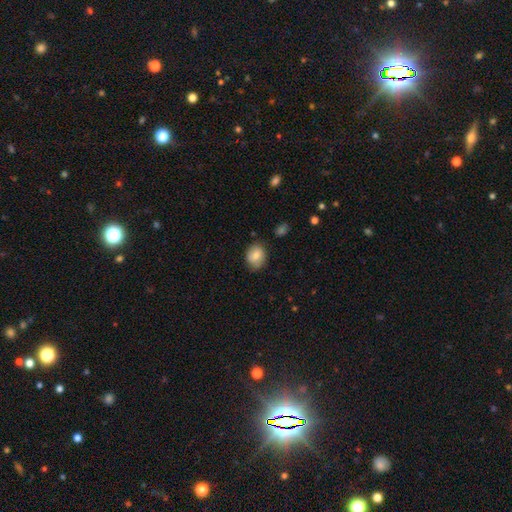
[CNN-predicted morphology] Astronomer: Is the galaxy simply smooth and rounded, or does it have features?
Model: smooth — 77%.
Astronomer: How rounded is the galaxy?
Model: in between — 54% (runner-up: round, 45%).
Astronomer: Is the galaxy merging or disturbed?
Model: none — 75%.